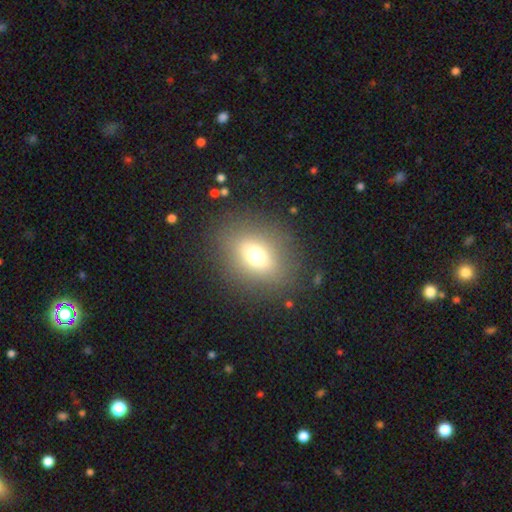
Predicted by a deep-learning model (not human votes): Smooth or featured? smooth (67%)
How rounded? in between (50%)
Merging? none (84%)